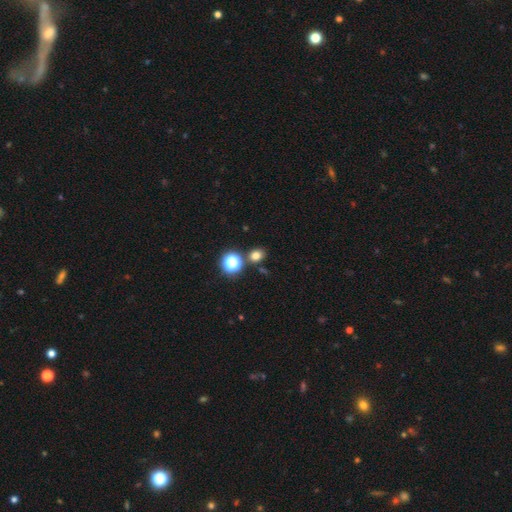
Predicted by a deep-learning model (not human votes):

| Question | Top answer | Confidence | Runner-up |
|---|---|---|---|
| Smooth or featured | smooth | 73% | star or artifact (20%) |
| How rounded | round | 61% | in between (38%) |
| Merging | none | 77% | merger (10%) |